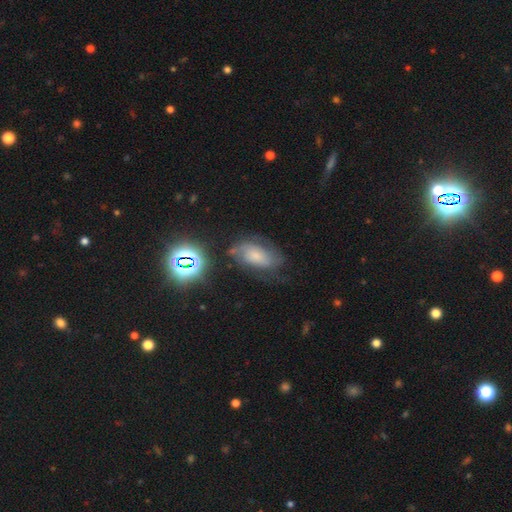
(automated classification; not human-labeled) Morphology: type=featured or disk (51%); edge-on=no (94%); merging=none (56%).